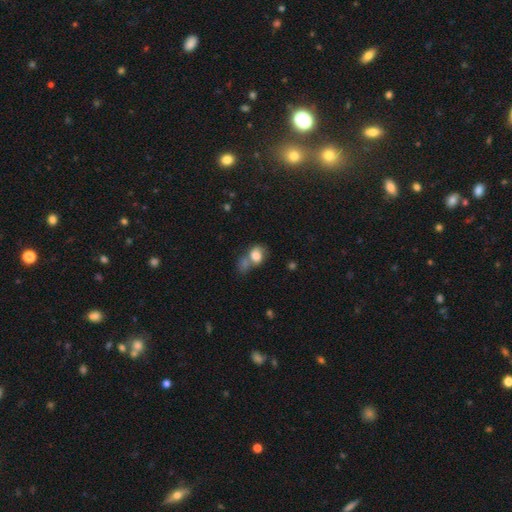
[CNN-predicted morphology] This is likely a smooth galaxy (76%). How rounded: possibly in between (52%). Merging: possibly merger (45%).